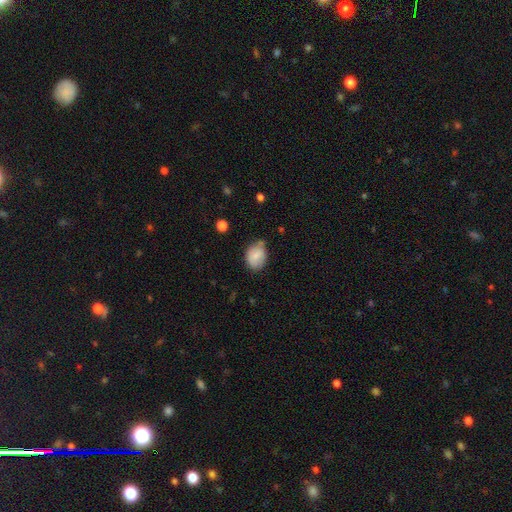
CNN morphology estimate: smooth_or_featured: smooth (p=0.80) [alt: featured or disk p=0.12]
how_rounded: in between (p=0.68) [alt: round p=0.31]
merging: none (p=0.60) [alt: minor disturbance p=0.30]